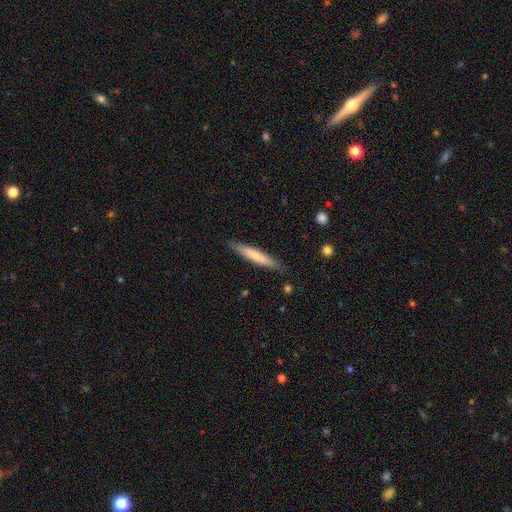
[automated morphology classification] Overall: smooth (71%). How rounded: cigar-shaped (93%). Merging: none (86%).